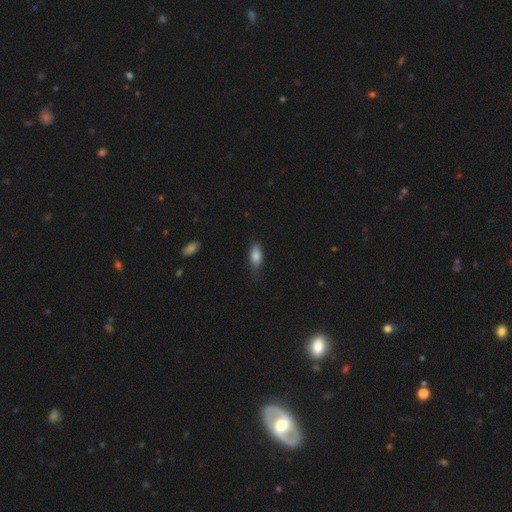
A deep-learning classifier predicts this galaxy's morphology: Smooth or featured? smooth (81%)
How rounded? in between (81%)
Merging? none (69%)